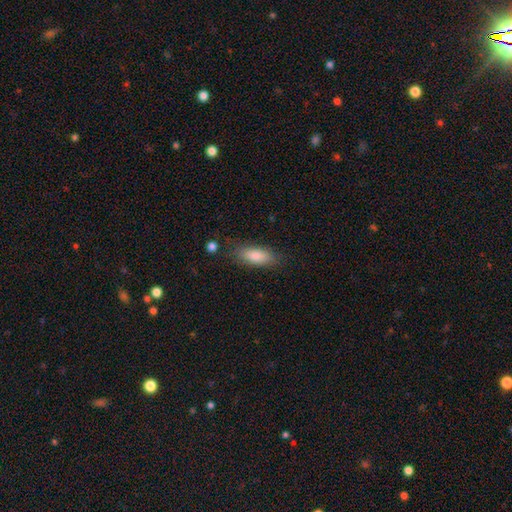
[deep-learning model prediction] This is clearly a smooth galaxy (84%). How rounded: likely in between (75%). Merging: clearly none (81%).